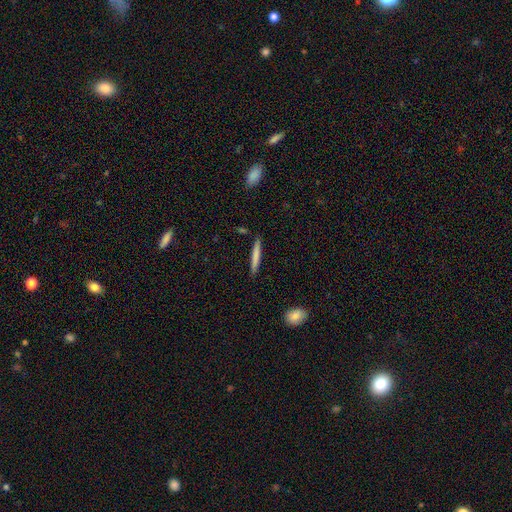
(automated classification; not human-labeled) Q: Smooth or featured?
A: smooth (74%); runner-up: featured or disk (21%)
Q: How rounded?
A: cigar-shaped (95%); runner-up: in between (3%)
Q: Merging?
A: none (88%); runner-up: minor disturbance (8%)